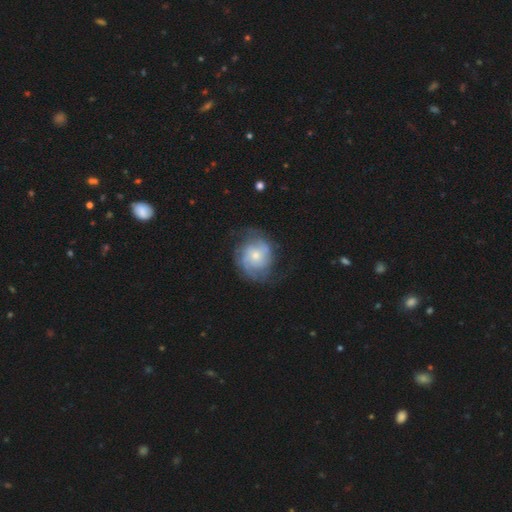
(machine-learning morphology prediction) smooth-or-featured: featured or disk: 72% | smooth: 22% | star or artifact: 6%
  disk-edge-on: no: 98% | yes: 2%
    bar: no: 76% | weak: 21% | strong: 3%
    has-spiral-arms: yes: 90% | no: 10%
      spiral-winding: tight: 51% | medium: 35% | loose: 14%
      spiral-arm-count: 2: 36% | can't tell: 32% | 3: 16% | 4: 6% | 1: 5% | more than 4: 4%
    bulge-size: small: 56% | moderate: 38% | large: 3% | none: 2% | dominant: 1%
  merging: none: 66% | minor disturbance: 21% | major disturbance: 12% | merger: 1%